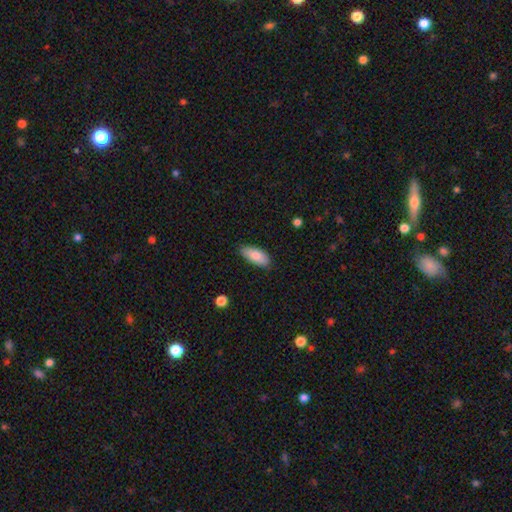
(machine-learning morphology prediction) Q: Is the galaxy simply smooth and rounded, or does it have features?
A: smooth — 85%.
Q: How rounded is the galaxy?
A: in between — 85%.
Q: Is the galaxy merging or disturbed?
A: none — 84%.